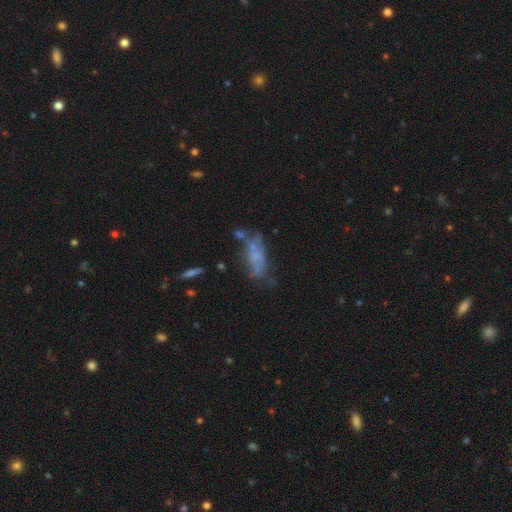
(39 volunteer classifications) This is possibly a smooth galaxy (56%). How rounded: likely in between (64%). Merging: marginally none (31%, tied with minor disturbance).